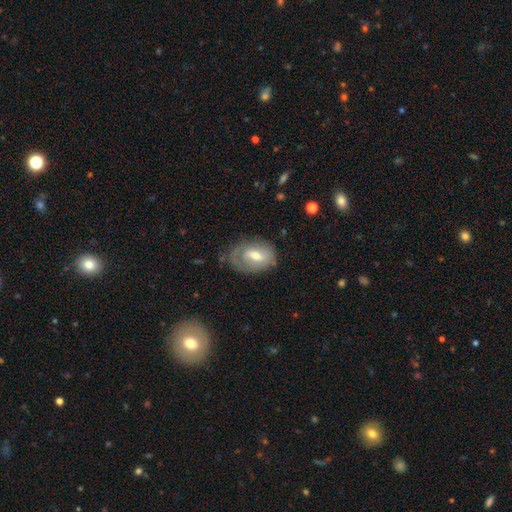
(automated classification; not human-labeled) A featured or disk galaxy (53%). Merging: none (56%).